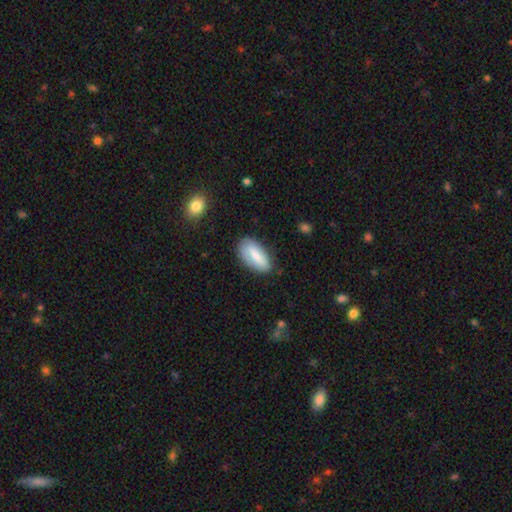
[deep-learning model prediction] This is likely a smooth galaxy (76%). How rounded: clearly in between (88%). Merging: likely none (76%).